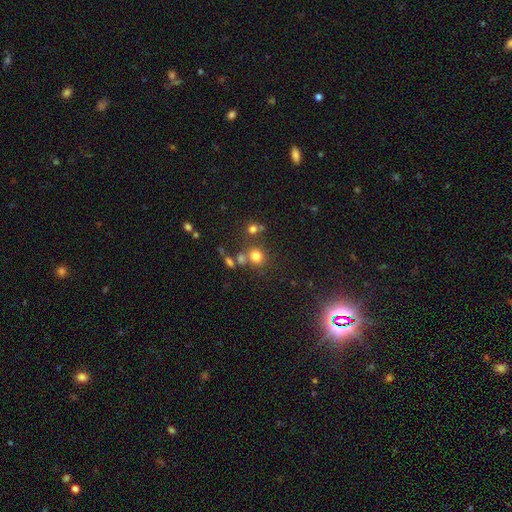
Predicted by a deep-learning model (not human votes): This is likely a smooth galaxy (75%). How rounded: clearly round (85%). Merging: likely none (65%).